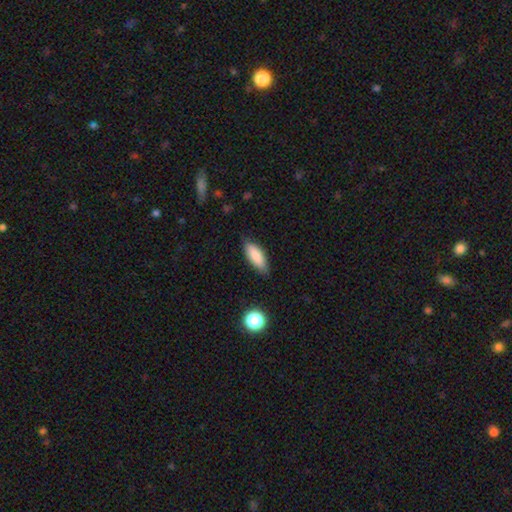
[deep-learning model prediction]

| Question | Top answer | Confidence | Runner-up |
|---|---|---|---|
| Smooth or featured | smooth | 85% | featured or disk (8%) |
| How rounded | in between | 72% | cigar-shaped (26%) |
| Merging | none | 81% | minor disturbance (15%) |